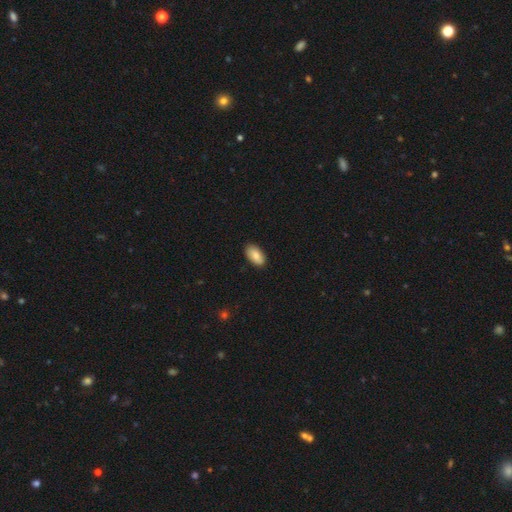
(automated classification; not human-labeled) The model was most divided on "smooth or featured": smooth: 85%, featured or disk: 9%, star or artifact: 6%. More confident: how rounded — in between (94%); merging — none (89%).